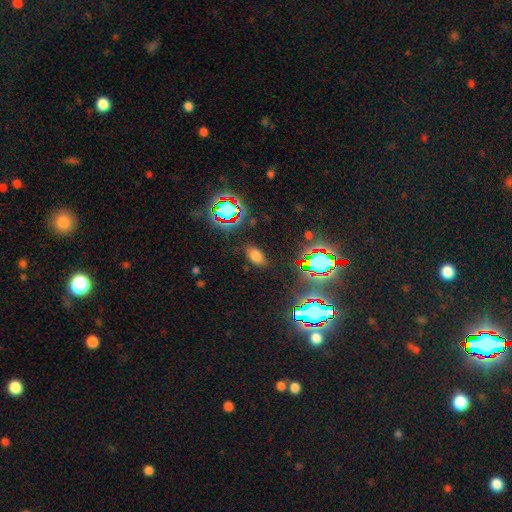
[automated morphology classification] Smooth or featured: smooth — 67% (star or artifact — 25%)
How rounded: in between — 86% (round — 11%)
Merging: none — 83% (minor disturbance — 11%)